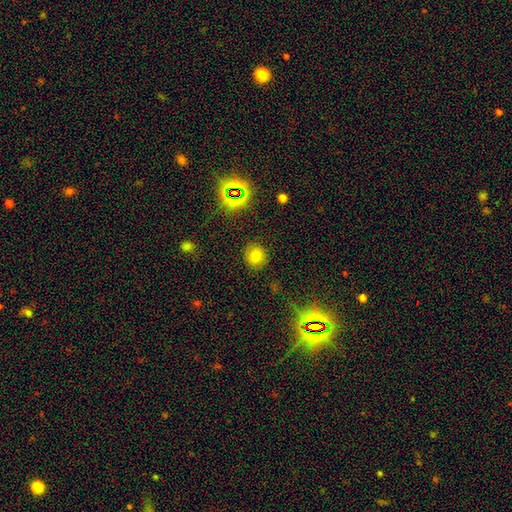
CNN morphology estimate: A smooth galaxy with no disk features (75%) that is round (84%).

Vote fractions:
- Smooth or featured? smooth: 75% / star or artifact: 16% / featured or disk: 9%
- How rounded? round: 84% / in between: 15% / cigar-shaped: 1%
- Merging? none: 89% / minor disturbance: 7% / major disturbance: 3% / merger: 1%